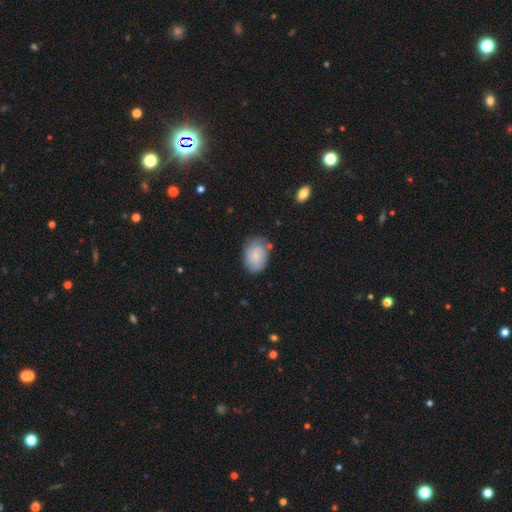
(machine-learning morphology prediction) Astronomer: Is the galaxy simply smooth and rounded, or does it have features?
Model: smooth — 70%.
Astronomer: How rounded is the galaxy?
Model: in between — 73%.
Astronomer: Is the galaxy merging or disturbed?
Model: none — 70%.